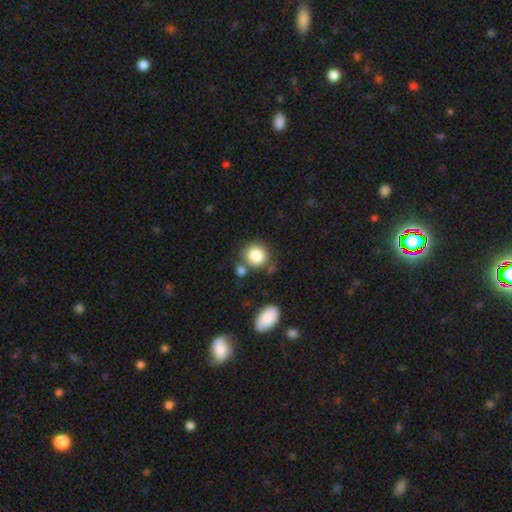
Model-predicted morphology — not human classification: type=smooth (86%); roundness=round (80%); merging=none (67%).